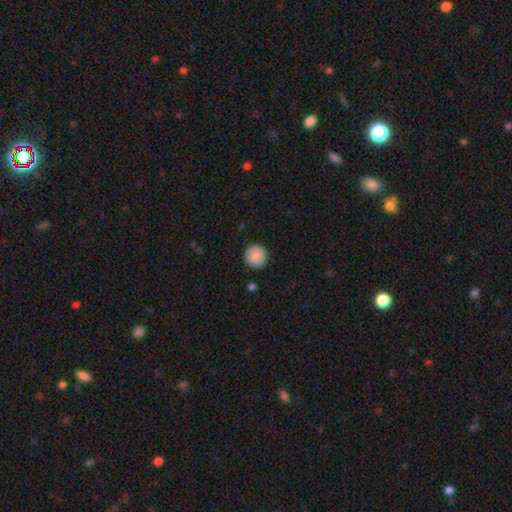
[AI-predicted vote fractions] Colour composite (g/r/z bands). It shows a smooth galaxy with no disk features (89%) that is round (96%). Merging: none (92%).